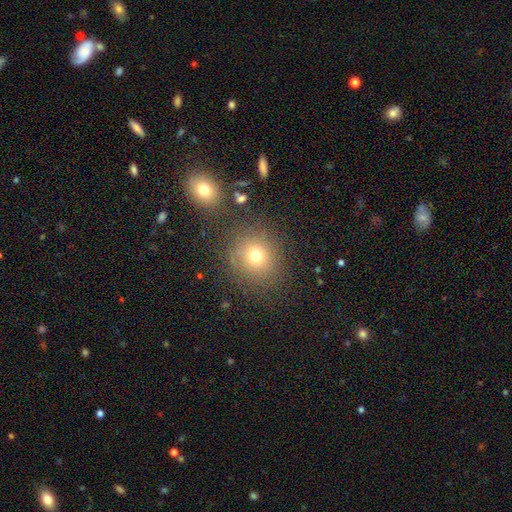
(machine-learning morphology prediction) smooth_or_featured: smooth (p=0.70) [alt: star or artifact p=0.18]
how_rounded: round (p=0.85) [alt: in between p=0.14]
merging: none (p=0.80) [alt: minor disturbance p=0.10]